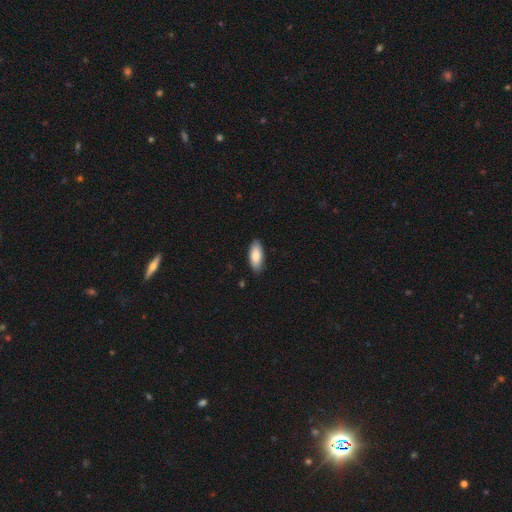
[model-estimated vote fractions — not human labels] Overall: smooth (83%). How rounded: in between (83%). Merging: none (86%).